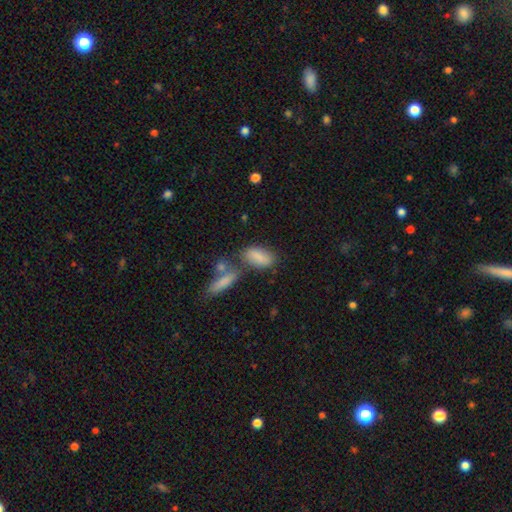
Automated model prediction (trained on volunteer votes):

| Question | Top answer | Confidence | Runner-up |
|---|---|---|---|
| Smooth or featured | smooth | 82% | featured or disk (9%) |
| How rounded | in between | 84% | cigar-shaped (13%) |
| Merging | none | 56% | merger (24%) |